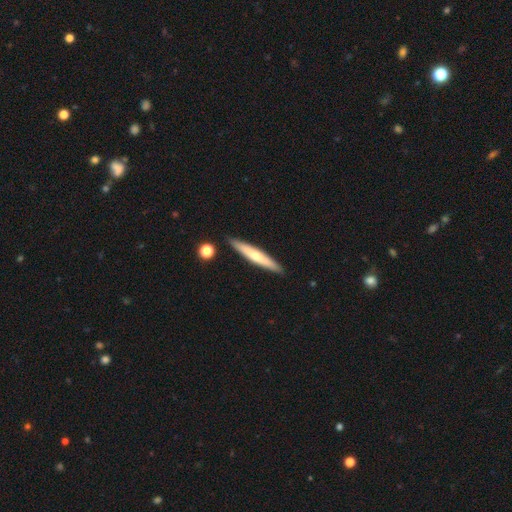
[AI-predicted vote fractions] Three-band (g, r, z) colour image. It shows a smooth galaxy with no disk features (51%) that is cigar-shaped (93%). Merging: none (90%).